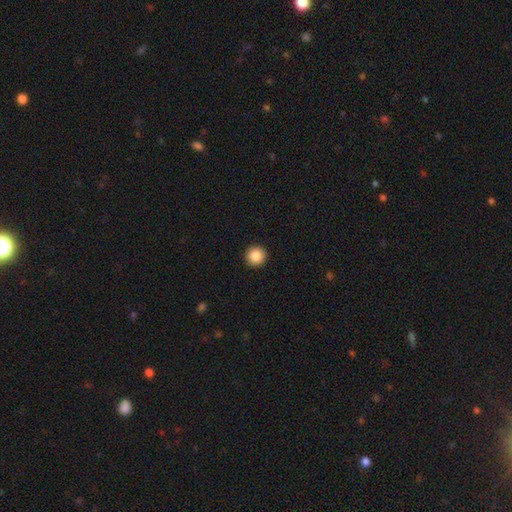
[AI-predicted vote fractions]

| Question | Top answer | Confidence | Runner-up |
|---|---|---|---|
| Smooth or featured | smooth | 87% | star or artifact (9%) |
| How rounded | round | 96% | in between (3%) |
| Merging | none | 94% | minor disturbance (4%) |